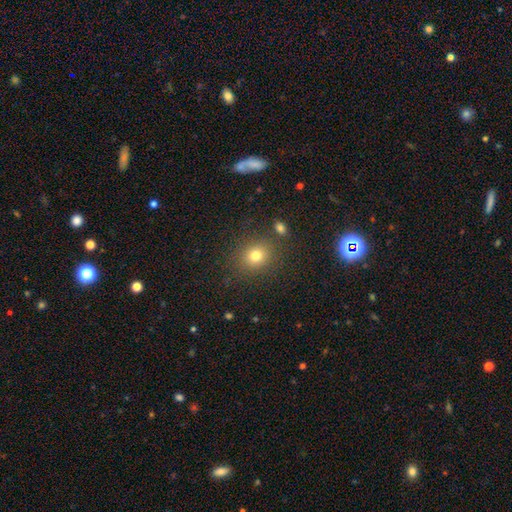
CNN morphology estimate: A smooth galaxy with no disk features (78%) that is round (75%). Merging: none (83%).